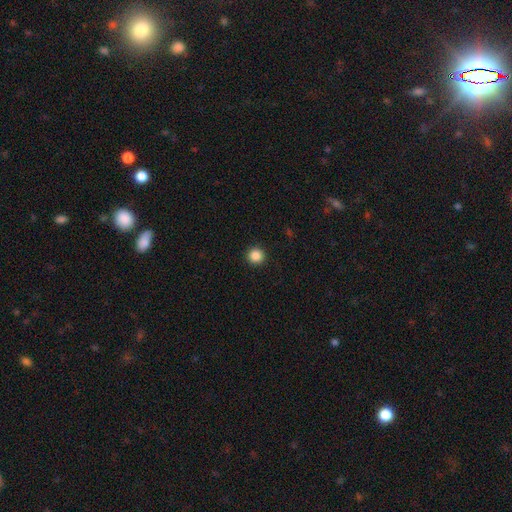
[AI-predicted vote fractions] This appears to be a smooth galaxy with no disk features (87%) that is round (95%). Merging: none (93%).